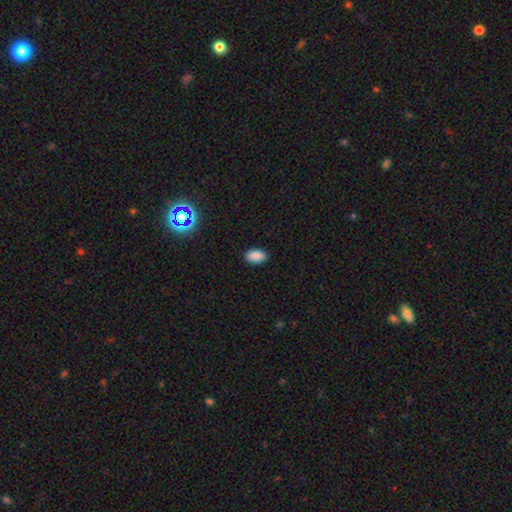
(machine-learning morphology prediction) smooth_or_featured: smooth (p=0.87) [alt: star or artifact p=0.10]
how_rounded: in between (p=0.92) [alt: round p=0.07]
merging: none (p=0.88) [alt: minor disturbance p=0.09]